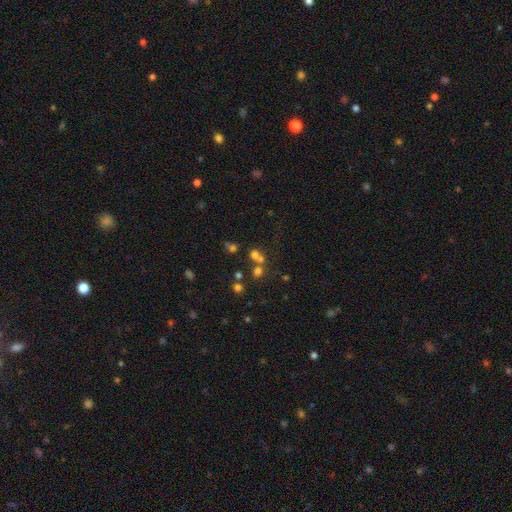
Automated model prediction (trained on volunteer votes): This appears to be a smooth galaxy with no disk features (56%) that is round (82%). Merging: none (47%).